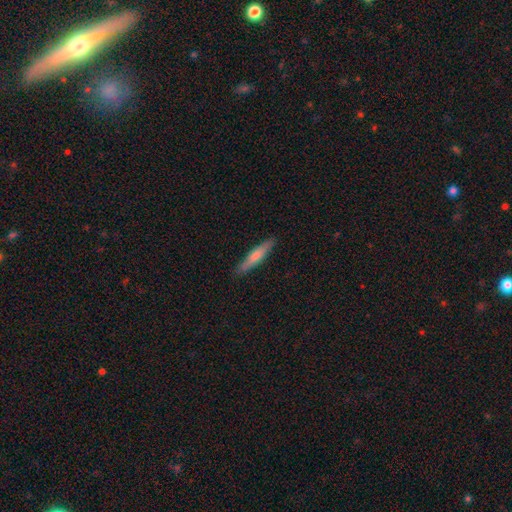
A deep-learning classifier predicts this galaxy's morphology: This is possibly a smooth galaxy (49%). Merging: clearly none (90%).